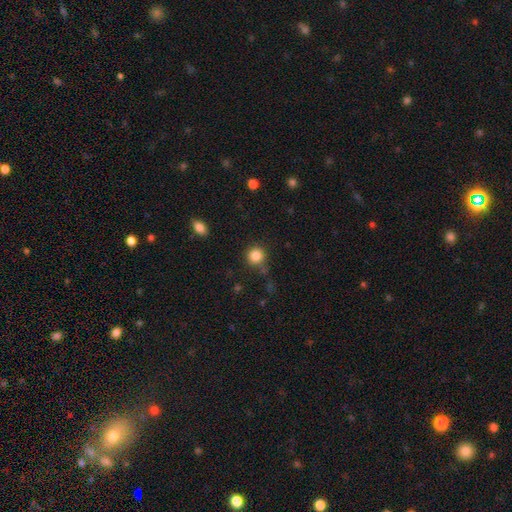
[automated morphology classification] Smooth or featured: smooth — 85% (star or artifact — 11%)
How rounded: round — 92% (in between — 7%)
Merging: none — 78% (minor disturbance — 13%)